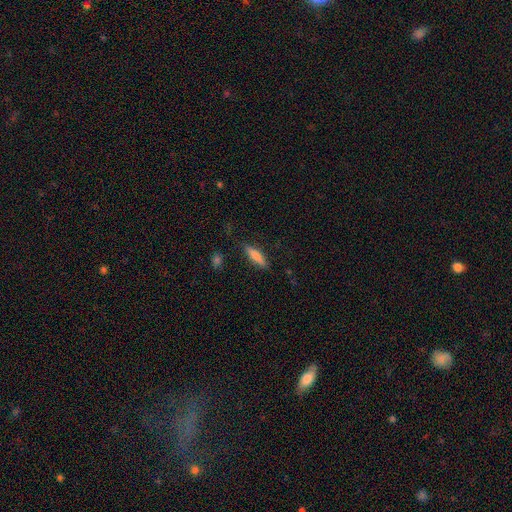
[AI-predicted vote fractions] This appears to be a smooth galaxy with no disk features (69%) that is cigar-shaped (73%). Merging: none (84%).